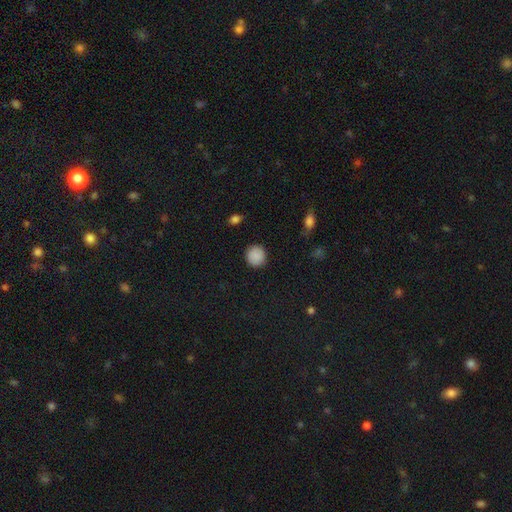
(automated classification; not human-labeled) This appears to be a smooth galaxy with no disk features (89%) that is round (93%). Merging: none (90%).